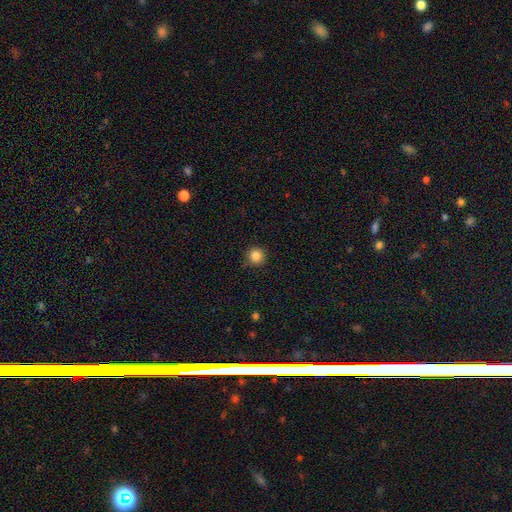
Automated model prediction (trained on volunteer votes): Q: Smooth or featured?
A: smooth (85%); runner-up: star or artifact (11%)
Q: How rounded?
A: round (95%); runner-up: in between (4%)
Q: Merging?
A: none (86%); runner-up: minor disturbance (10%)